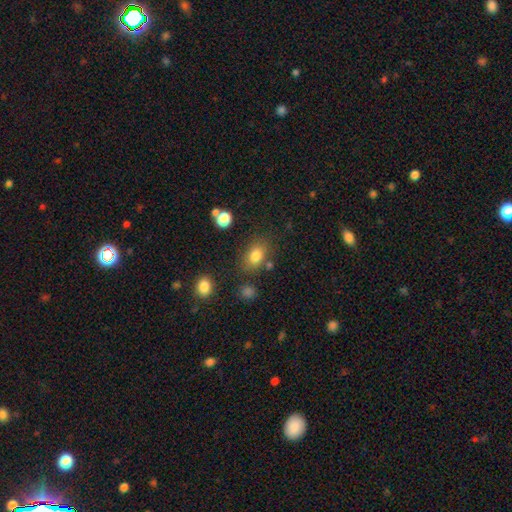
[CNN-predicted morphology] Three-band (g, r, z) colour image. It shows a smooth galaxy with no disk features (80%) that is in between round and cigar-shaped (71%). Merging: none (73%).